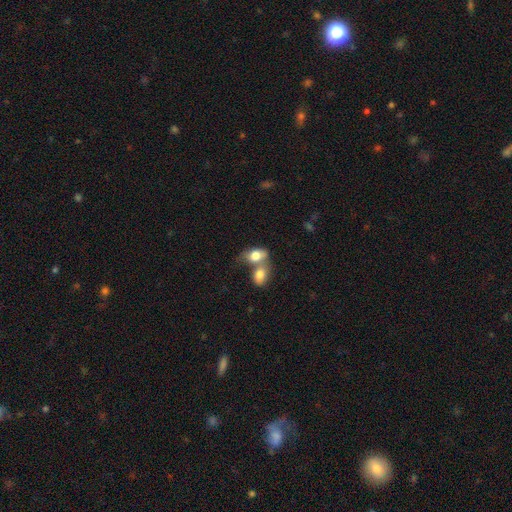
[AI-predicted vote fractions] smooth 78%, featured or disk 14%, star or artifact 7%. Down the decision tree: how rounded — in between (78%); merging — merger (70%).